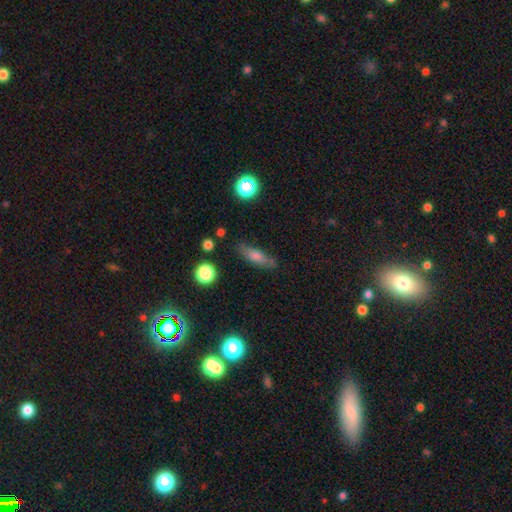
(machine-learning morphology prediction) This is likely a smooth galaxy (61%). How rounded: possibly cigar-shaped (55%). Merging: likely none (80%).